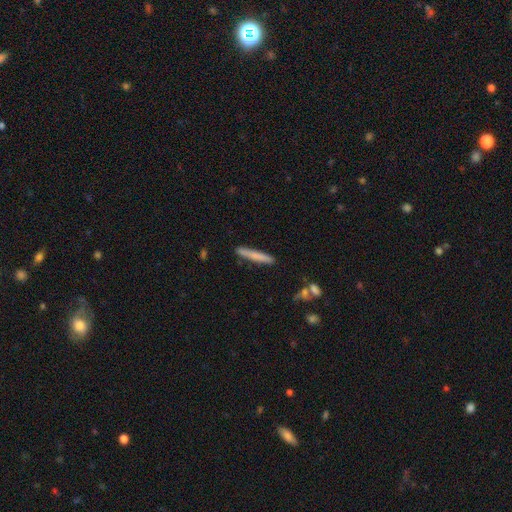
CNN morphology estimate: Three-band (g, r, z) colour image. It shows a smooth galaxy with no disk features (74%) that is cigar-shaped (95%). Merging: none (89%).